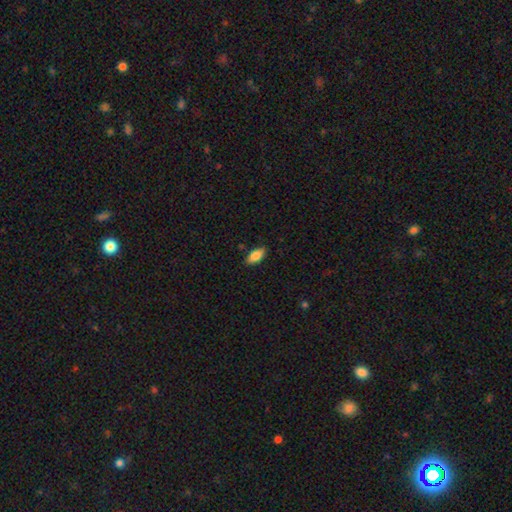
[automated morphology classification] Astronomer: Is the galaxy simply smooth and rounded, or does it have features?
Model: smooth — 81%.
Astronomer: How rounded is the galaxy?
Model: in between — 87%.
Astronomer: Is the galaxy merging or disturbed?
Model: none — 86%.